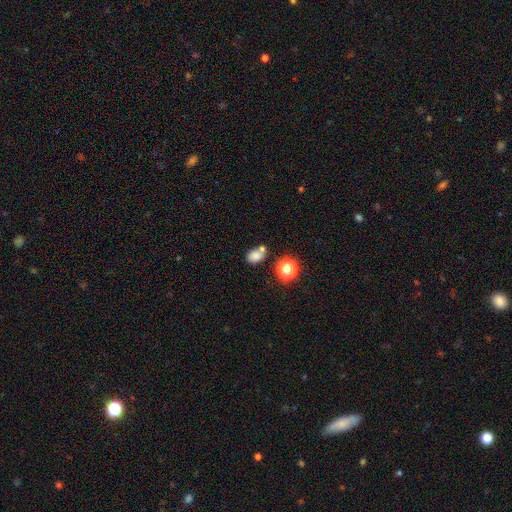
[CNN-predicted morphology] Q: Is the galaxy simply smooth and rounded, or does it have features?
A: smooth — 76%.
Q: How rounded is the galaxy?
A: in between — 59%.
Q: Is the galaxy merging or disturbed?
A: none — 51%.